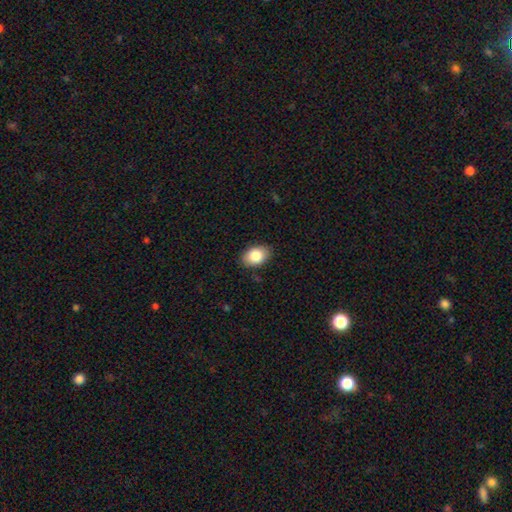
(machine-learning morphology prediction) Q: Smooth or featured?
A: smooth (84%); runner-up: featured or disk (8%)
Q: How rounded?
A: in between (85%); runner-up: round (14%)
Q: Merging?
A: none (87%); runner-up: minor disturbance (10%)